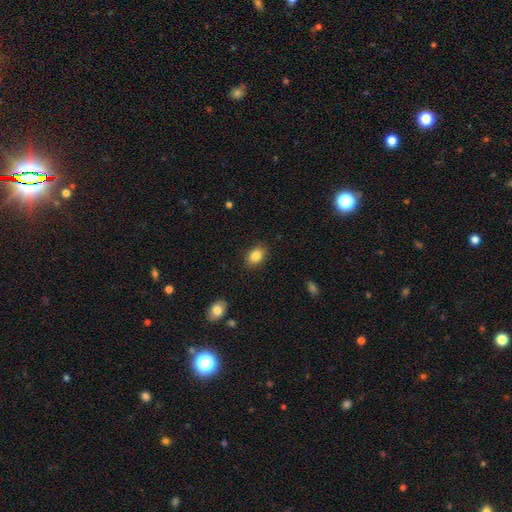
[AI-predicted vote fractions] Smooth or featured? smooth (84%)
How rounded? in between (80%)
Merging? none (87%)